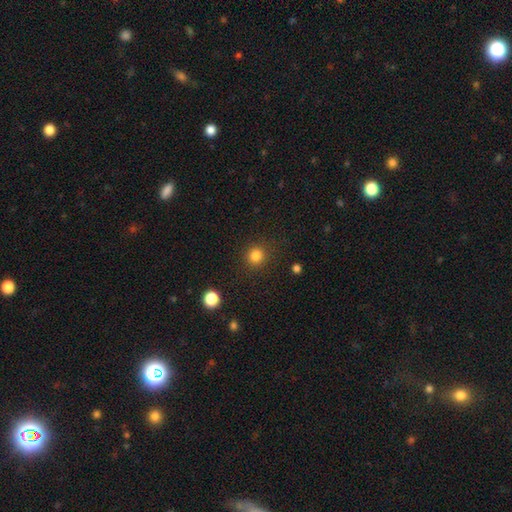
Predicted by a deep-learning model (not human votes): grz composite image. It shows a smooth galaxy with no disk features (84%) that is round (92%). Merging: none (90%).